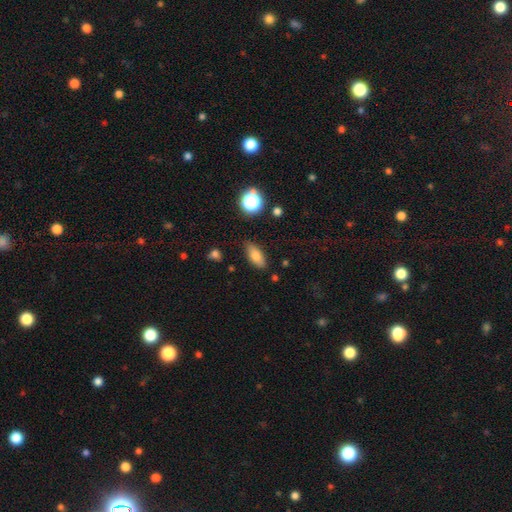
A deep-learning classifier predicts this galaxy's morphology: smooth_or_featured: smooth (p=0.77) [alt: featured or disk p=0.13]
how_rounded: in between (p=0.80) [alt: cigar-shaped p=0.15]
merging: none (p=0.82) [alt: minor disturbance p=0.13]